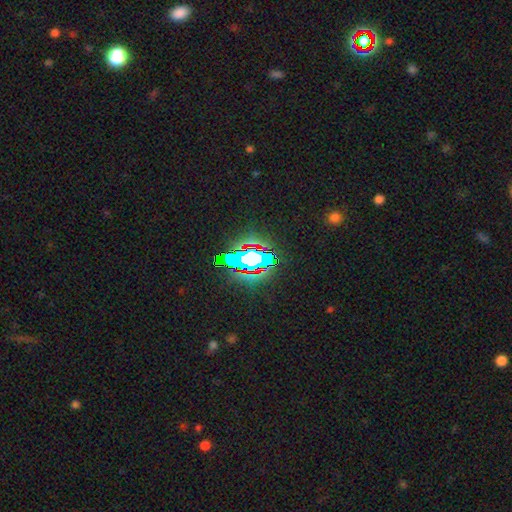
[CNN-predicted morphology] A star or artifact, not a galaxy (70%).

Vote fractions:
- Smooth or featured? star or artifact: 70% / smooth: 16% / featured or disk: 14%